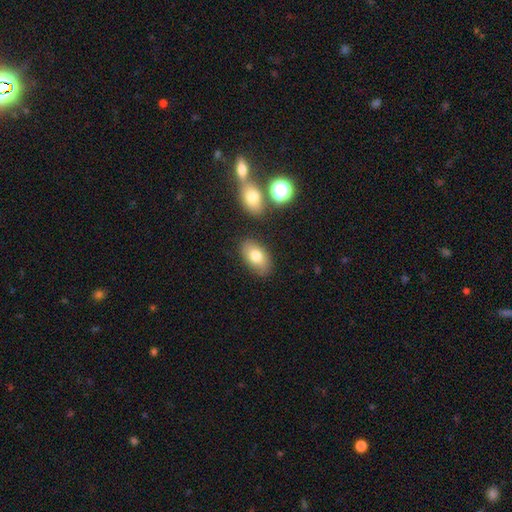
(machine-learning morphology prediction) Smooth or featured? Predicted: smooth (p=0.77). How rounded? Predicted: in between (p=0.92). Merging? Predicted: none (p=0.81).